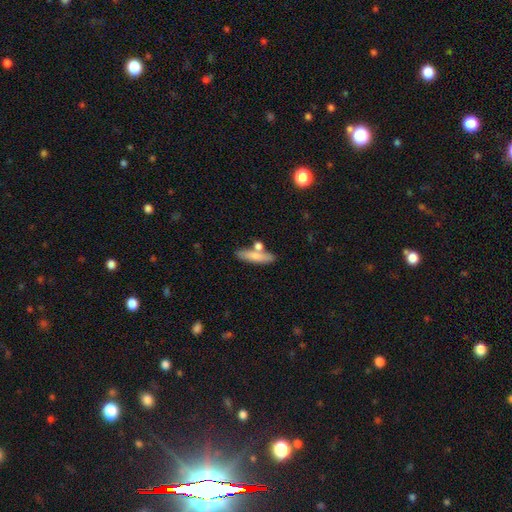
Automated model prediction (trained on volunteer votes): Overall: smooth (75%). How rounded: cigar-shaped (67%; in between 30%). Merging: none (66%).